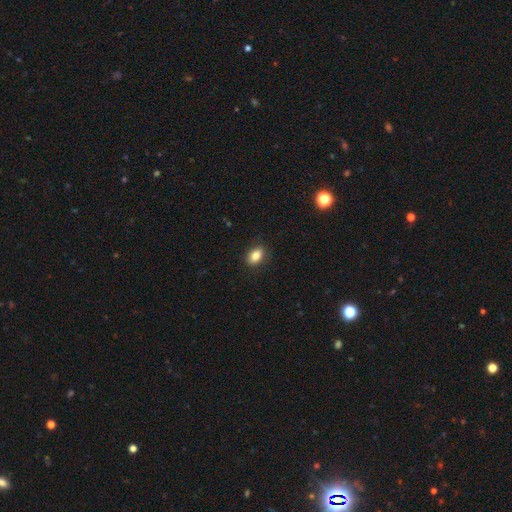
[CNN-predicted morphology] Smooth or featured? Predicted: smooth (p=0.84). How rounded? Predicted: in between (p=0.82). Merging? Predicted: none (p=0.86).